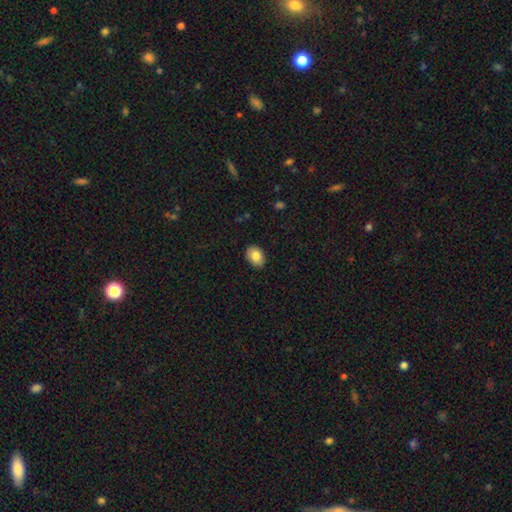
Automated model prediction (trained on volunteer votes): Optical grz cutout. It shows a smooth galaxy with no disk features (85%) that is in between round and cigar-shaped (77%). Merging: none (88%).